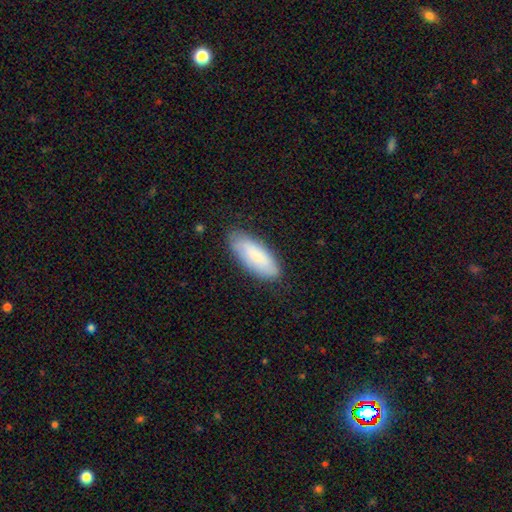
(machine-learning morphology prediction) Smooth or featured? Predicted: smooth (p=0.76). How rounded? Predicted: in between (p=0.70). Merging? Predicted: none (p=0.81).